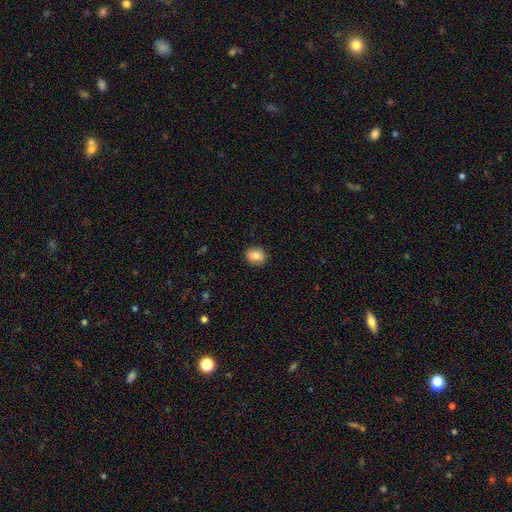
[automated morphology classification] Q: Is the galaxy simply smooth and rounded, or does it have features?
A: smooth — 85%.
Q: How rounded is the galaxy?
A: round — 56%.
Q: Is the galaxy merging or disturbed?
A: none — 89%.